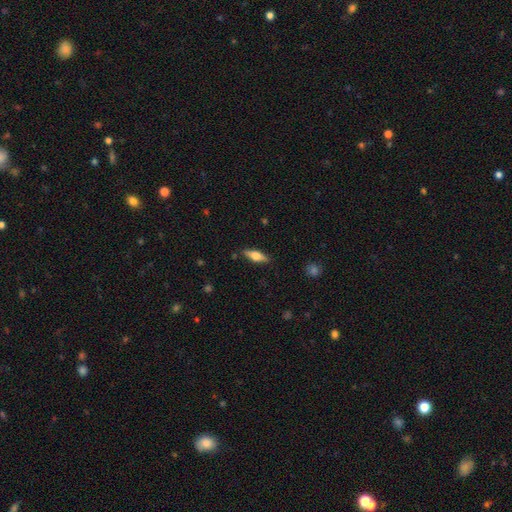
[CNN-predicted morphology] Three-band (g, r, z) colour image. It shows a smooth galaxy with no disk features (48%). Merging: none (87%).